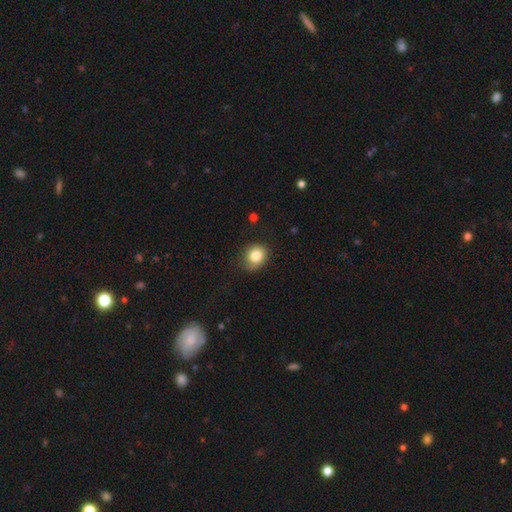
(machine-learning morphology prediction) Smooth or featured? Predicted: smooth (p=0.81). How rounded? Predicted: round (p=0.69). Merging? Predicted: none (p=0.75).